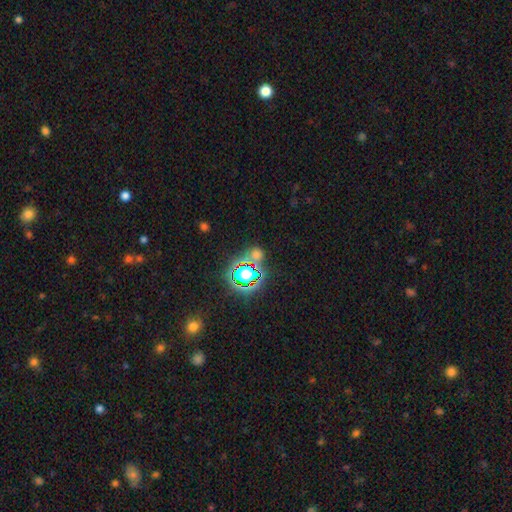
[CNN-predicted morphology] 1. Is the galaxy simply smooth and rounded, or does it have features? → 61% star or artifact, 30% smooth, 9% featured or disk.